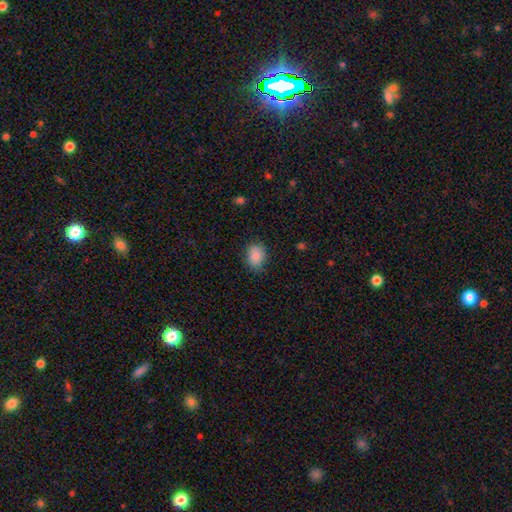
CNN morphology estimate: smooth 88%, star or artifact 8%, featured or disk 4%. Down the decision tree: how rounded — in between (59%); merging — none (77%).